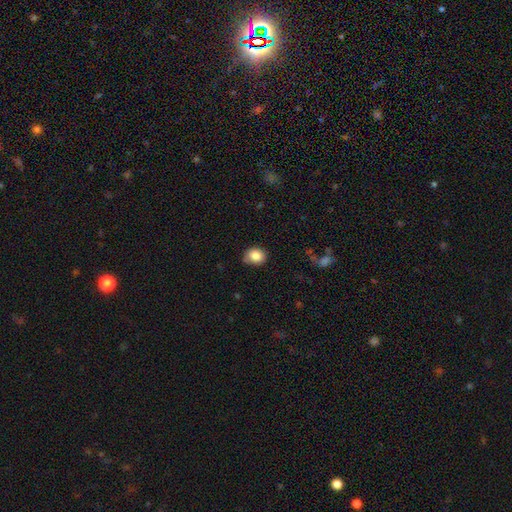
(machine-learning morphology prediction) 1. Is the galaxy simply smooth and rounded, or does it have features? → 85% smooth, 9% star or artifact, 6% featured or disk.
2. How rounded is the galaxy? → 62% round, 37% in between, 1% cigar-shaped.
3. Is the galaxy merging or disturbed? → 72% none, 22% minor disturbance, 4% major disturbance, 2% merger.